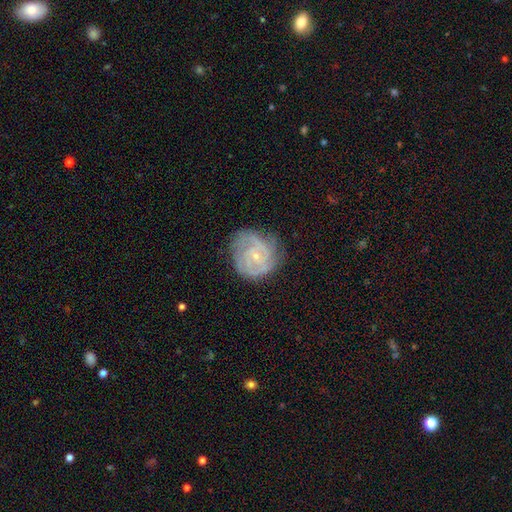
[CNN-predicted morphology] Smooth or featured: featured or disk — 83% (smooth — 11%)
Edge-on disk: no — 98% (yes — 2%)
Bar: no — 67% (weak — 28%)
Spiral arms: yes — 96% (no — 4%)
Spiral winding: tight — 66% (medium — 28%)
Spiral arm count: 2 — 32% (3 — 28%)
Bulge size: small — 78% (moderate — 18%)
Merging: none — 71% (minor disturbance — 21%)